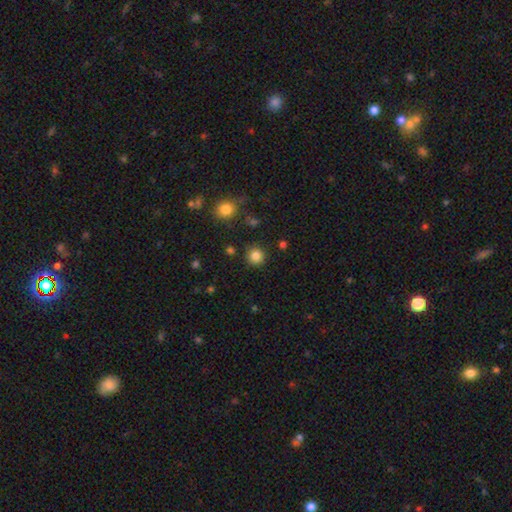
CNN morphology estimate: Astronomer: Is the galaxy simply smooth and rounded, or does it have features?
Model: smooth — 84%.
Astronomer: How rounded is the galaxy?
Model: round — 93%.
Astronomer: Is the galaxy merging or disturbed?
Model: none — 89%.